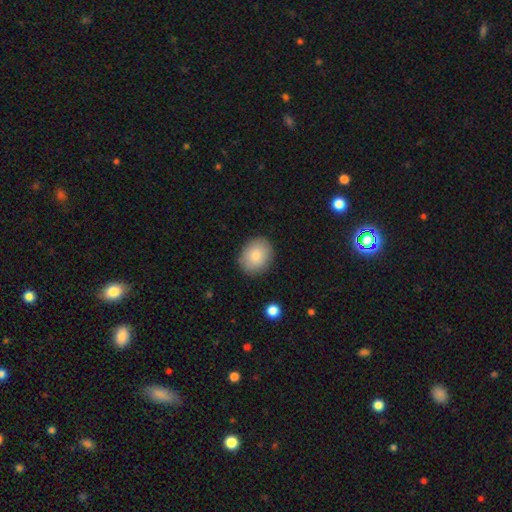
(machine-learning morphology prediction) A smooth galaxy with no disk features (85%) that is round (52%). Merging: none (87%).